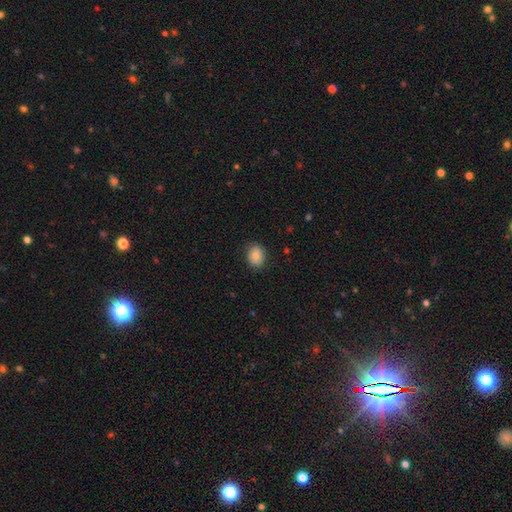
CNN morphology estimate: Overall: smooth (82%). How rounded: round (50%; in between 49%). Merging: none (85%).